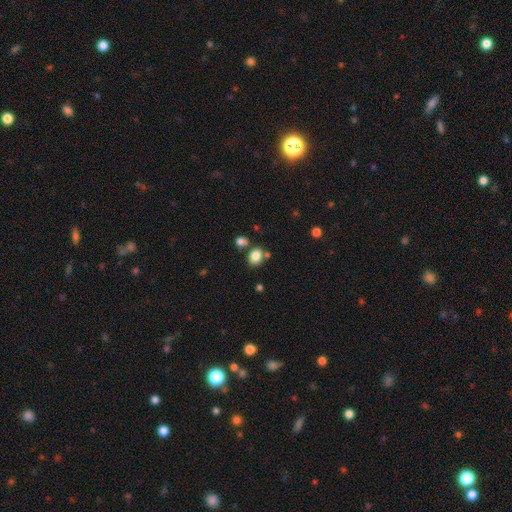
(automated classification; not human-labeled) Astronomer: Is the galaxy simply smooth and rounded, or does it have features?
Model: smooth — 84%.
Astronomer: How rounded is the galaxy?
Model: in between — 53% (runner-up: round, 46%).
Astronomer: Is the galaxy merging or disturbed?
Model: none — 66%.